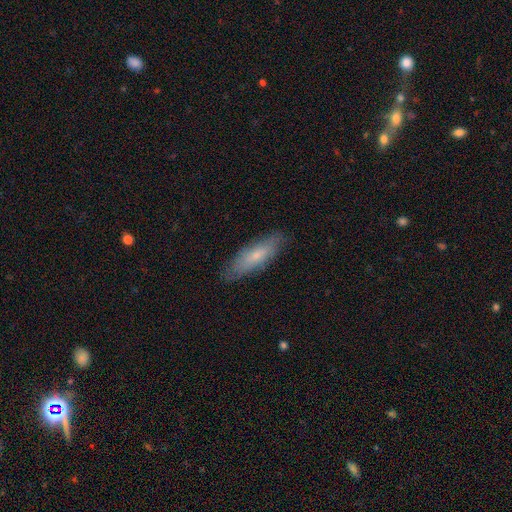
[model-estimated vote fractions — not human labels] A smooth galaxy with no disk features (67%) that is cigar-shaped (51%). Merging: none (81%).